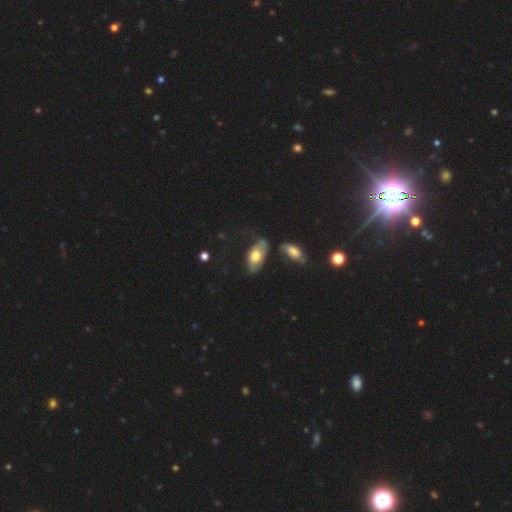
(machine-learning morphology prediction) The model was most divided on "smooth or featured": smooth: 60%, featured or disk: 33%, star or artifact: 8%. More confident: how rounded — in between (90%); merging — none (53%).